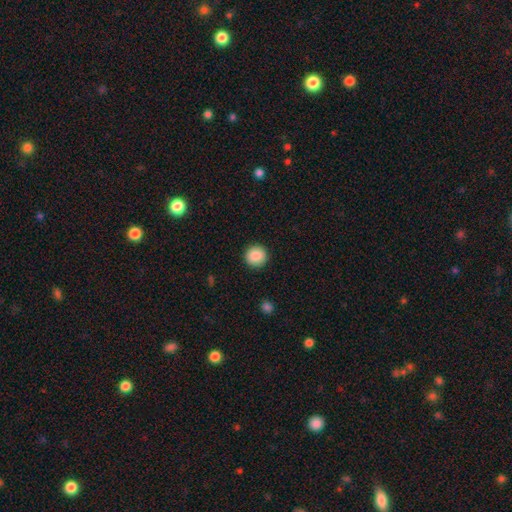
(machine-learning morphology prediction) Smooth or featured? Predicted: smooth (p=0.88). How rounded? Predicted: round (p=0.95). Merging? Predicted: none (p=0.92).